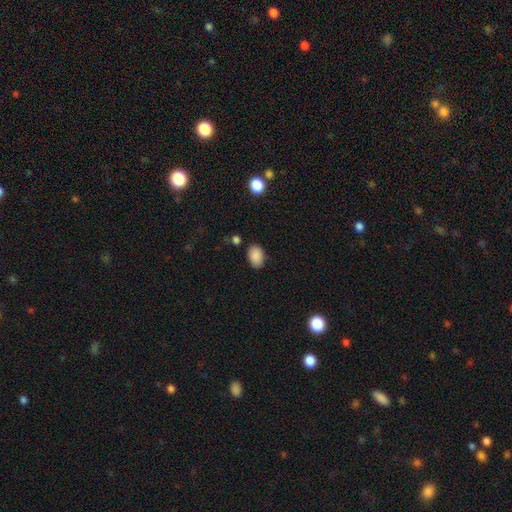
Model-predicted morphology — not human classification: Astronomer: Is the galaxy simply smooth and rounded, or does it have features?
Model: smooth — 88%.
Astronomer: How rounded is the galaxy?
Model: in between — 86%.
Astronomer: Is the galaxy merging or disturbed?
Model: none — 82%.